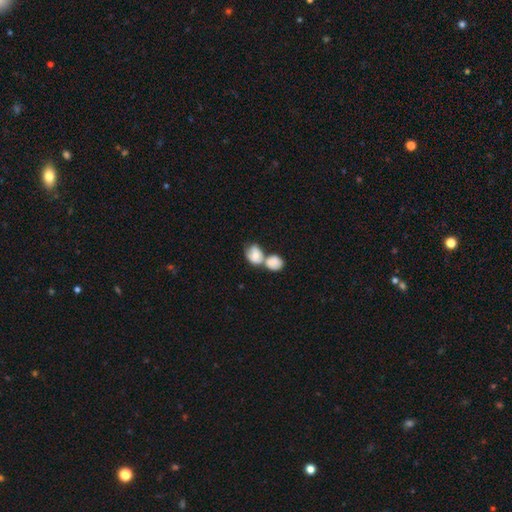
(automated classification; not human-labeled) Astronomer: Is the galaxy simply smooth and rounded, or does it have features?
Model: smooth — 70%.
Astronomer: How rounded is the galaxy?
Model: in between — 58% (runner-up: round, 40%).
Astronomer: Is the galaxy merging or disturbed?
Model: merger — 66%.